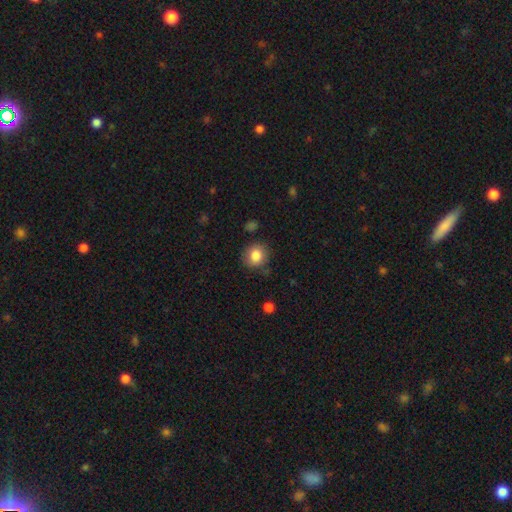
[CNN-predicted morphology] Overall: smooth (84%). How rounded: round (80%). Merging: none (81%).